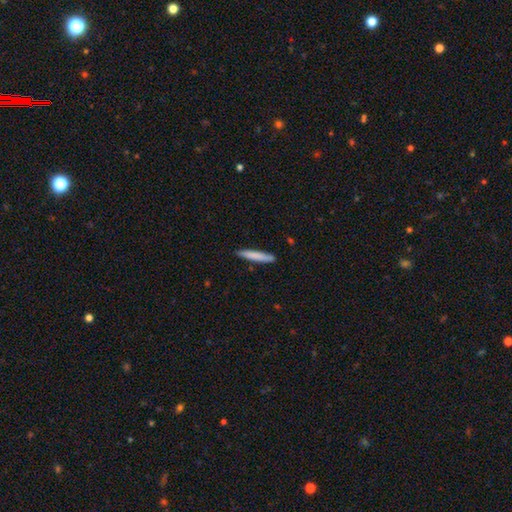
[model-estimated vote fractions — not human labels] smooth-or-featured: smooth: 79% | featured or disk: 15% | star or artifact: 6%
  how-rounded: cigar-shaped: 93% | in between: 6% | round: 1%
  merging: none: 87% | minor disturbance: 10% | major disturbance: 2% | merger: 1%